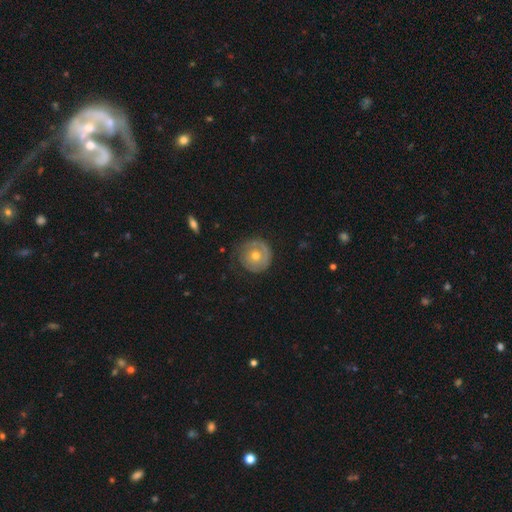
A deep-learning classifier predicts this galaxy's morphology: A featured or disk galaxy (55%) with no bar (88%), spiral arms (62%) and a moderate central bulge (64%). Merging: none (74%).